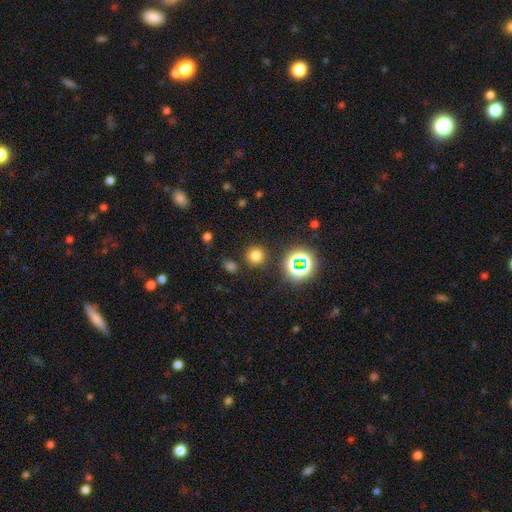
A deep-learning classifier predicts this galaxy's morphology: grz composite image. It shows a smooth galaxy with no disk features (72%) that is round (93%). Merging: none (86%).